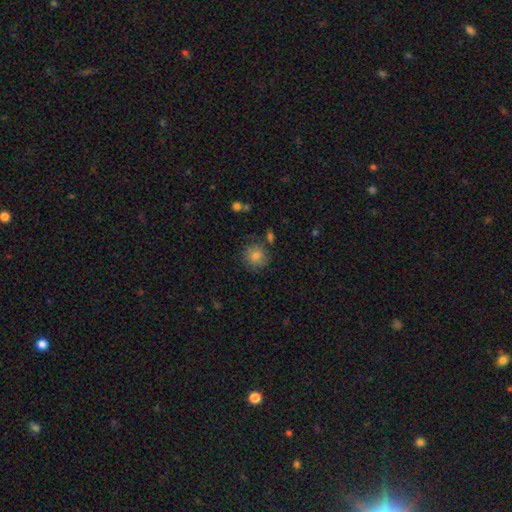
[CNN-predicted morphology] A smooth galaxy with no disk features (80%) that is round (91%). Merging: none (80%).